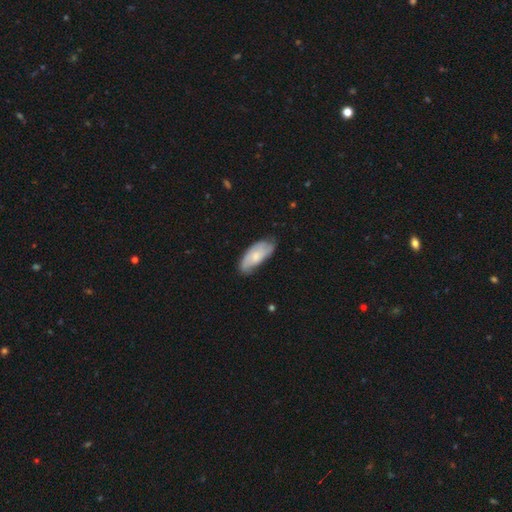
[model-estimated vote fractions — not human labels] smooth-or-featured: smooth: 58% | featured or disk: 36% | star or artifact: 6%
  how-rounded: in between: 85% | cigar-shaped: 13% | round: 2%
  merging: none: 62% | minor disturbance: 30% | major disturbance: 7% | merger: 2%